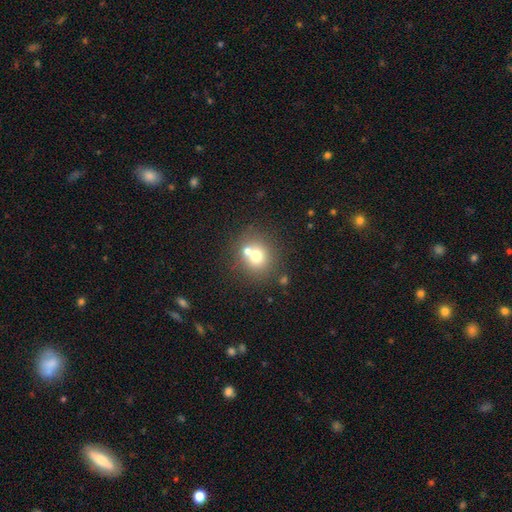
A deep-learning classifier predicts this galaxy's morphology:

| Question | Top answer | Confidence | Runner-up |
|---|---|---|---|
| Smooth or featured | smooth | 69% | featured or disk (17%) |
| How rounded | round | 82% | in between (17%) |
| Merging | none | 55% | merger (33%) |